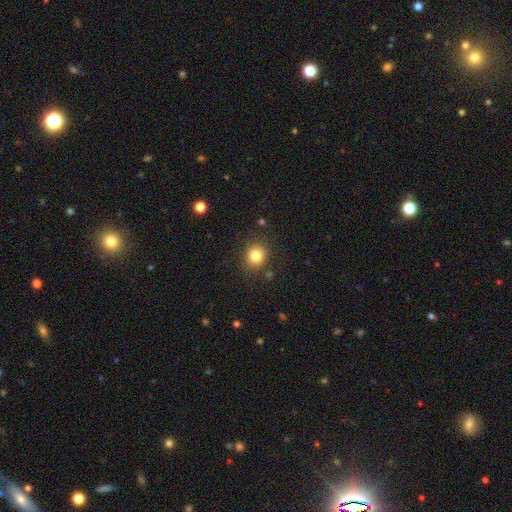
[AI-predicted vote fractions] Overall: smooth (82%). How rounded: round (79%). Merging: none (85%).